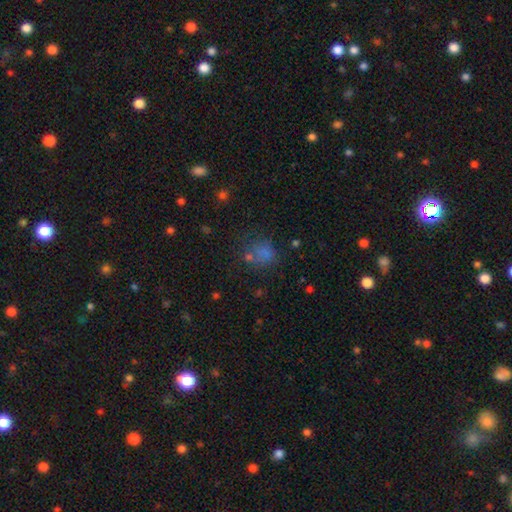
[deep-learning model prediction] This is likely a smooth galaxy (62%). How rounded: likely round (67%). Merging: likely none (61%).